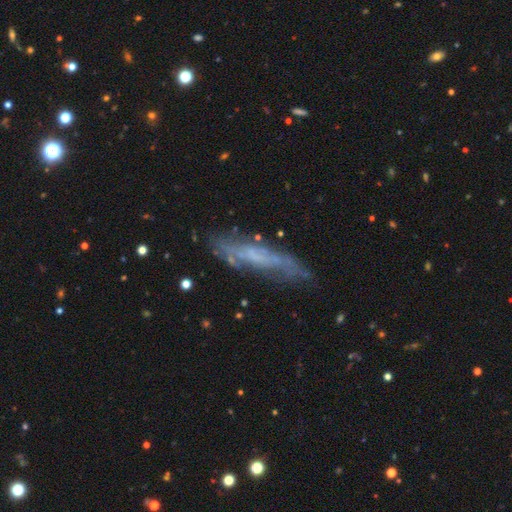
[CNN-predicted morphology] smooth_or_featured: featured or disk (p=0.60) [alt: smooth p=0.31]
disk_edge_on: no (p=0.53) [alt: yes p=0.47]
merging: none (p=0.67) [alt: minor disturbance p=0.22]